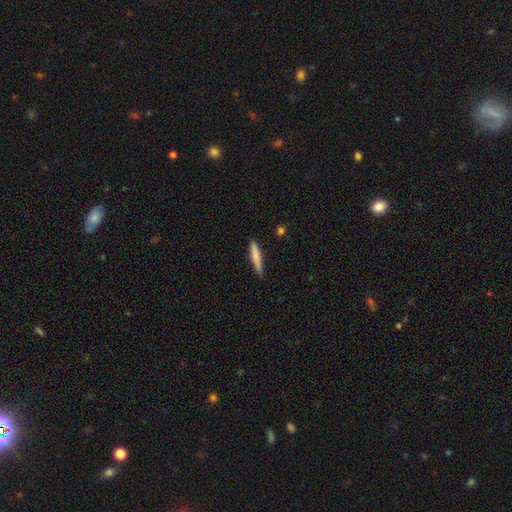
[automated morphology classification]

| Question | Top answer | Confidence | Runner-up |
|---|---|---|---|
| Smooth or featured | smooth | 76% | featured or disk (18%) |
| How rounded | cigar-shaped | 91% | in between (8%) |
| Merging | none | 81% | minor disturbance (15%) |